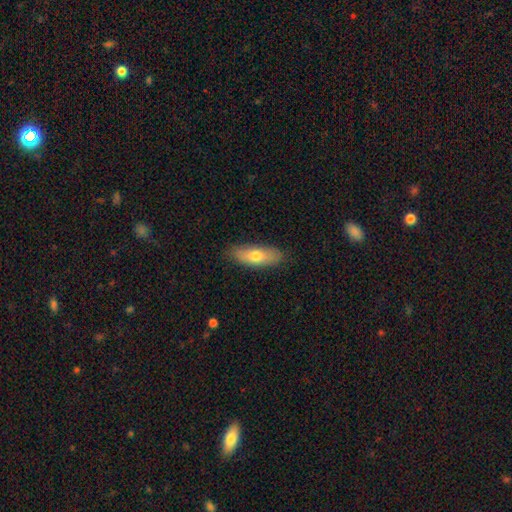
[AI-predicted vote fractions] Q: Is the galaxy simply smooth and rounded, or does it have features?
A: smooth — 68%.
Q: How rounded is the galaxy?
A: in between — 64%.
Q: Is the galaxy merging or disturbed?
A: none — 85%.